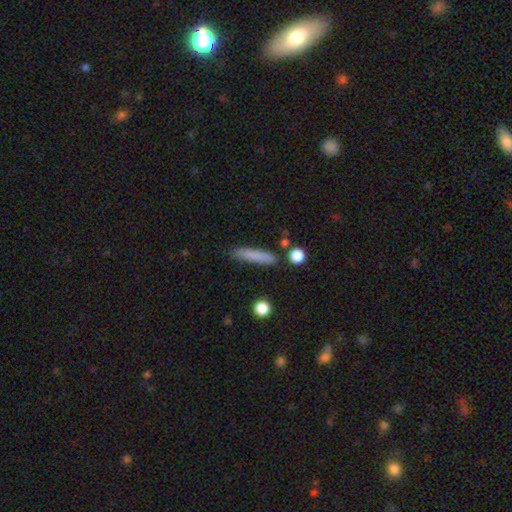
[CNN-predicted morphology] A smooth galaxy with no disk features (80%) that is cigar-shaped (89%).

Vote fractions:
- Smooth or featured? smooth: 80% / featured or disk: 12% / star or artifact: 8%
- How rounded? cigar-shaped: 89% / in between: 9% / round: 2%
- Merging? none: 81% / minor disturbance: 12% / merger: 4% / major disturbance: 3%